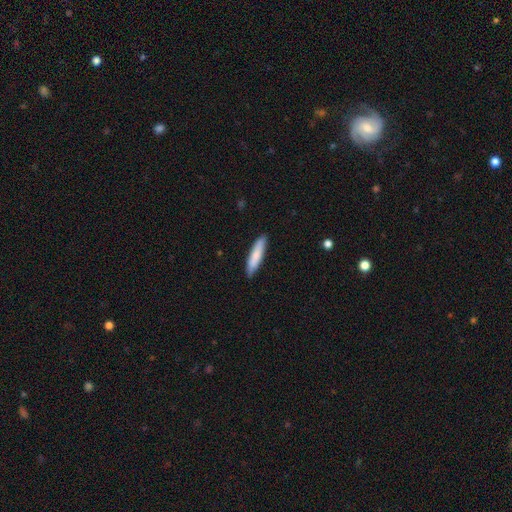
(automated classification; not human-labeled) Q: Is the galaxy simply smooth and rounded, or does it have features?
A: smooth — 80%.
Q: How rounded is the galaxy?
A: cigar-shaped — 83%.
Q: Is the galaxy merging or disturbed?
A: none — 88%.